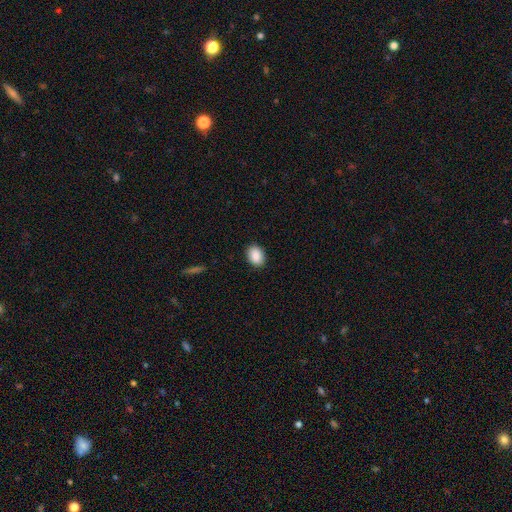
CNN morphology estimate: Overall: smooth (89%). How rounded: in between (77%). Merging: none (90%).